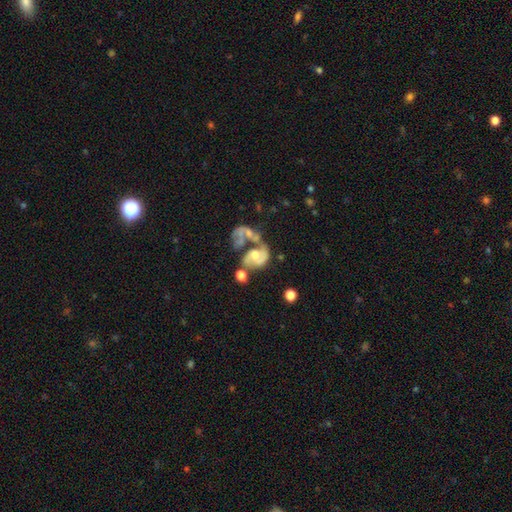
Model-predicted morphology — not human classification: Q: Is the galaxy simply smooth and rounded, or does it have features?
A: featured or disk — 70%.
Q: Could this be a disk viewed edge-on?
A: no — 97%.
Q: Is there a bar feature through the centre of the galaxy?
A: no — 59%.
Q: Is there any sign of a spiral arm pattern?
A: yes — 77%.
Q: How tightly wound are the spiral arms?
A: medium — 44%.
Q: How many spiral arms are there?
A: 2 — 67%.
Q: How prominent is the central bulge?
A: moderate — 60%.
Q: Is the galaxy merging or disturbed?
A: merger — 49%.